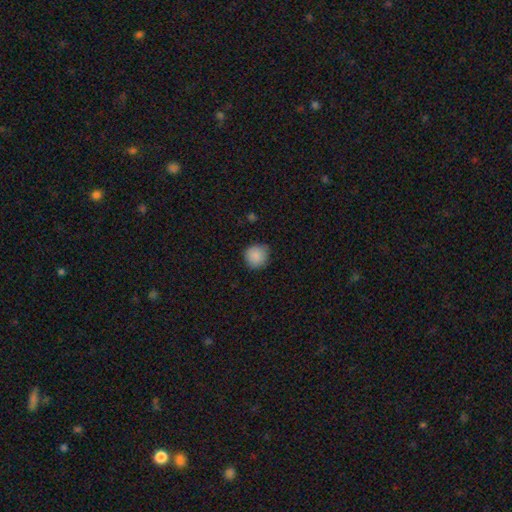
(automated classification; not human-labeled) Morphology: type=smooth (88%); roundness=round (92%); merging=none (83%).